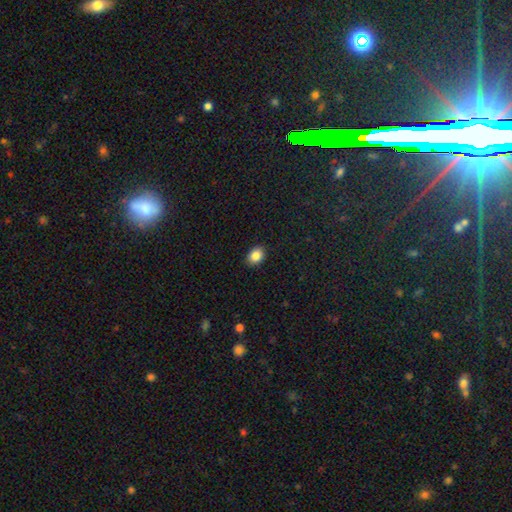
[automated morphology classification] Smooth or featured? Predicted: smooth (p=0.86). How rounded? Predicted: in between (p=0.65). Merging? Predicted: none (p=0.89).